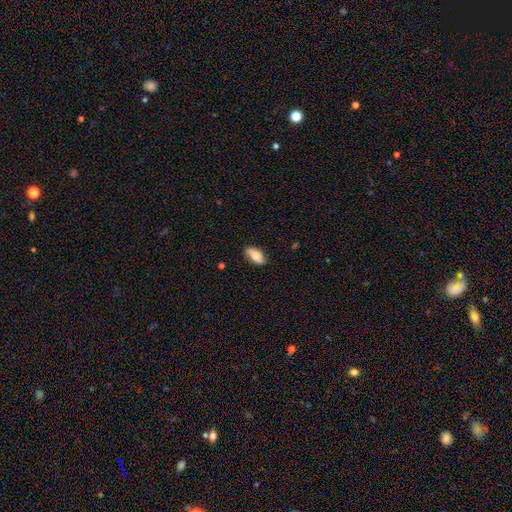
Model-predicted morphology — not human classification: smooth-or-featured: smooth: 72% | featured or disk: 21% | star or artifact: 8%
  how-rounded: in between: 90% | cigar-shaped: 5% | round: 4%
  merging: none: 65% | minor disturbance: 23% | merger: 7% | major disturbance: 5%